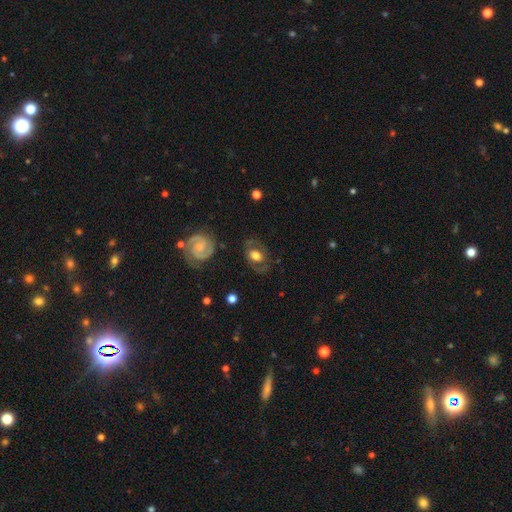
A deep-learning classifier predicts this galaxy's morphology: Smooth or featured: featured or disk — 50% (smooth — 42%)
Edge-on disk: no — 93% (yes — 7%)
Merging: none — 70% (minor disturbance — 17%)